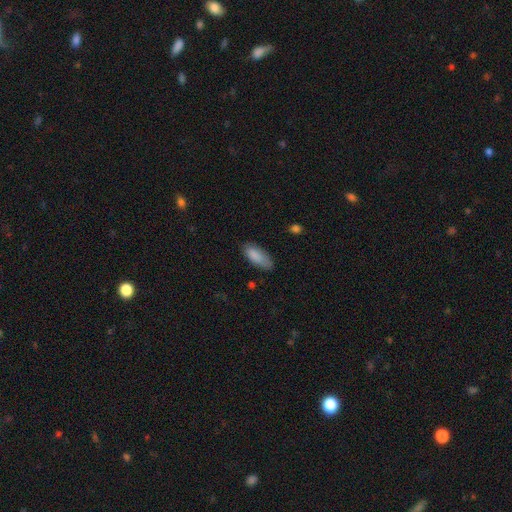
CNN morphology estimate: Smooth or featured: smooth — 87% (featured or disk — 6%)
How rounded: in between — 80% (cigar-shaped — 18%)
Merging: none — 74% (minor disturbance — 21%)